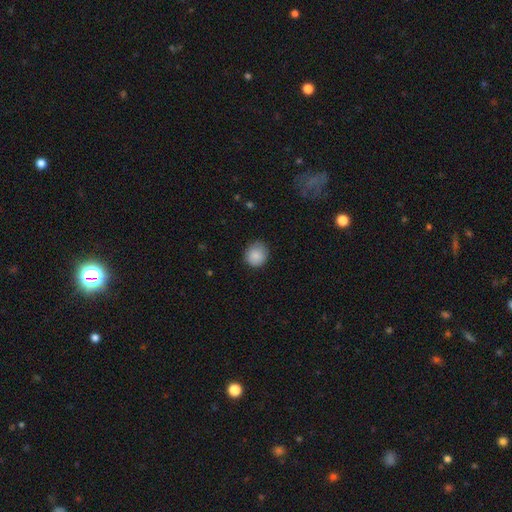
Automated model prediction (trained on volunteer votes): Overall: smooth (87%). How rounded: round (87%). Merging: none (80%).